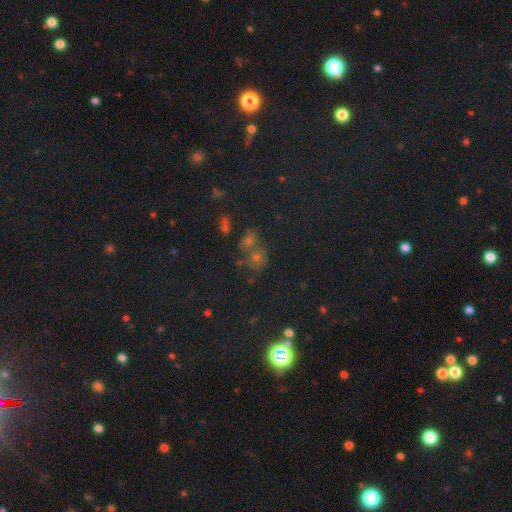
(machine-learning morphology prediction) smooth-or-featured: smooth: 44% | star or artifact: 41% | featured or disk: 15%
  merging: none: 47% | merger: 35% | minor disturbance: 11% | major disturbance: 7%